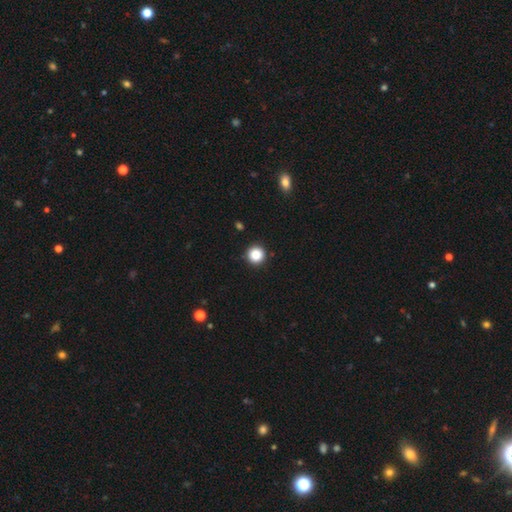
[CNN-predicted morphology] Smooth or featured: smooth — 87% (star or artifact — 10%)
How rounded: round — 96% (in between — 3%)
Merging: none — 92% (minor disturbance — 5%)